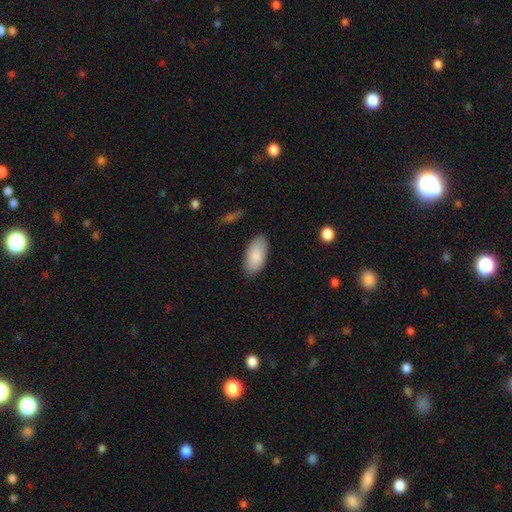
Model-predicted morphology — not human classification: Smooth or featured: smooth — 88% (featured or disk — 6%)
How rounded: in between — 94% (cigar-shaped — 4%)
Merging: none — 84% (minor disturbance — 12%)